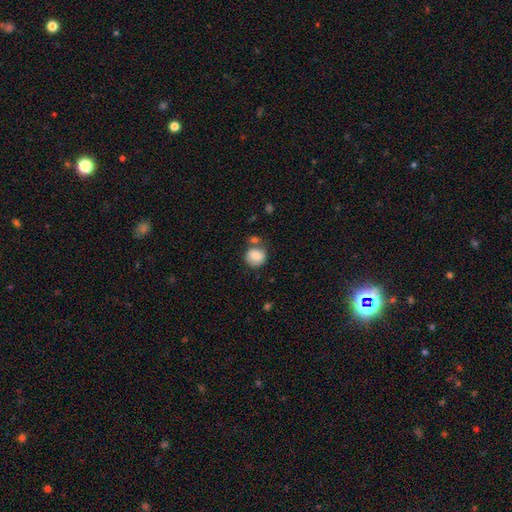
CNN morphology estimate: A smooth galaxy with no disk features (81%) that is round (85%).

Vote fractions:
- Smooth or featured? smooth: 81% / featured or disk: 10% / star or artifact: 8%
- How rounded? round: 85% / in between: 14% / cigar-shaped: 1%
- Merging? none: 63% / merger: 18% / minor disturbance: 14% / major disturbance: 5%